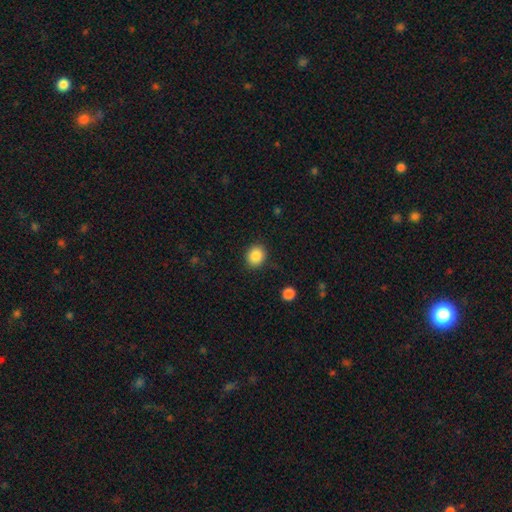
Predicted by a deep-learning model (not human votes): Morphology: type=smooth (87%); roundness=round (68%); merging=none (88%).